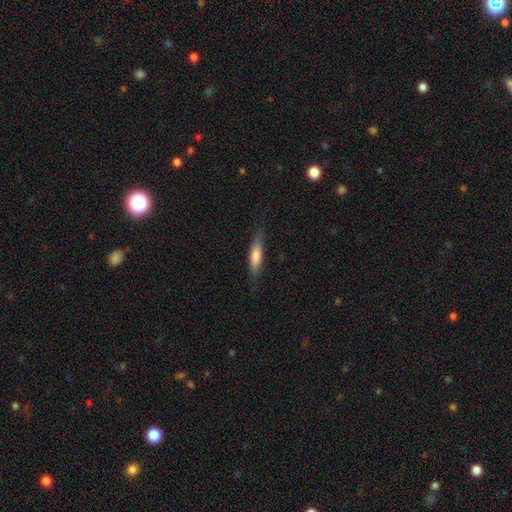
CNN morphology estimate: Smooth or featured? smooth (70%)
How rounded? cigar-shaped (79%)
Merging? none (82%)